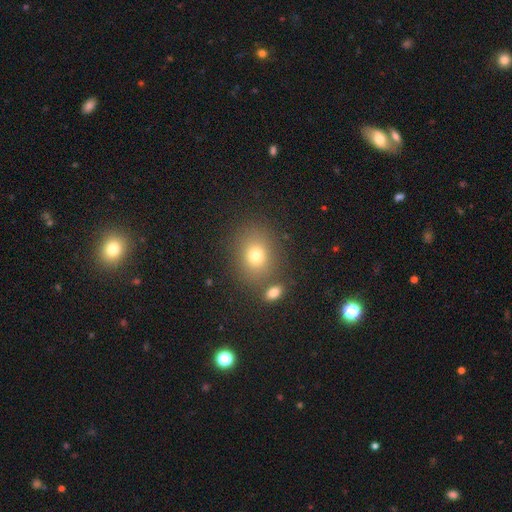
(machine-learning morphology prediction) This is likely a smooth galaxy (75%). How rounded: possibly round (54%). Merging: likely none (75%).